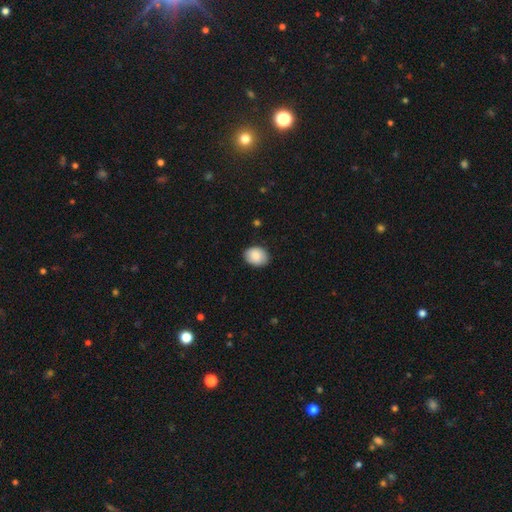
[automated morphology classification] A smooth galaxy with no disk features (88%) that is in between round and cigar-shaped (60%).

Vote fractions:
- Smooth or featured? smooth: 88% / star or artifact: 7% / featured or disk: 6%
- How rounded? in between: 60% / round: 40% / cigar-shaped: 1%
- Merging? none: 83% / minor disturbance: 13% / major disturbance: 2% / merger: 1%